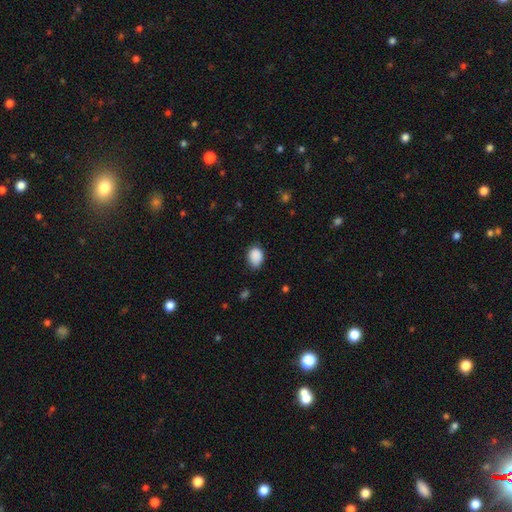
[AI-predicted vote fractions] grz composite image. It shows a smooth galaxy with no disk features (88%) that is in between round and cigar-shaped (67%). Merging: none (70%).